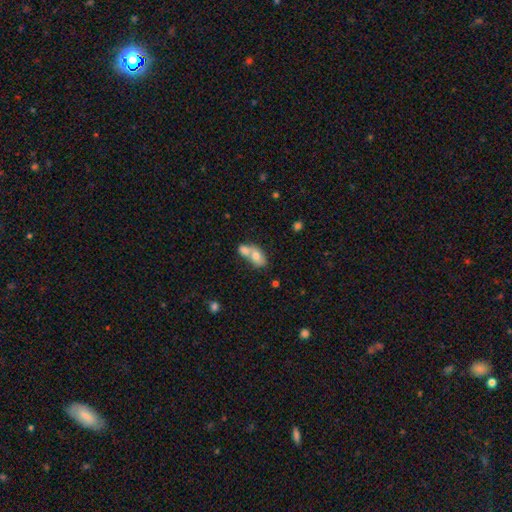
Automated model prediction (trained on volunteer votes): This appears to be a smooth galaxy with no disk features (67%) that is in between round and cigar-shaped (82%). Merging: merger (66%).